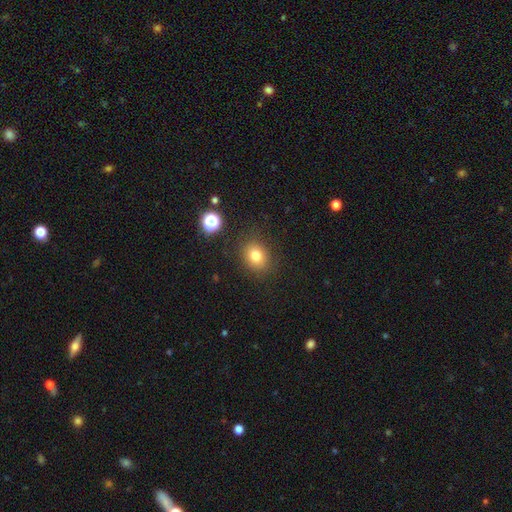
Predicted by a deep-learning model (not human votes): Smooth or featured? Predicted: smooth (p=0.79). How rounded? Predicted: round (p=0.56). Merging? Predicted: none (p=0.84).